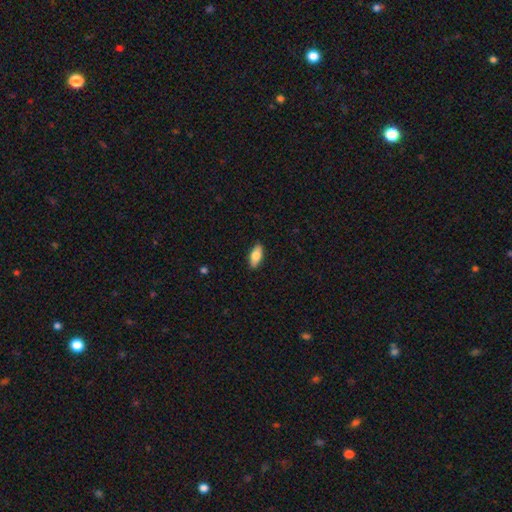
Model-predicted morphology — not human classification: Smooth or featured?
  - smooth: 78% *
  - featured or disk: 16%
  - star or artifact: 6%
How rounded?
  - in between: 83% *
  - cigar-shaped: 14%
  - round: 2%
Merging?
  - none: 90% *
  - minor disturbance: 8%
  - major disturbance: 2%
  - merger: 1%